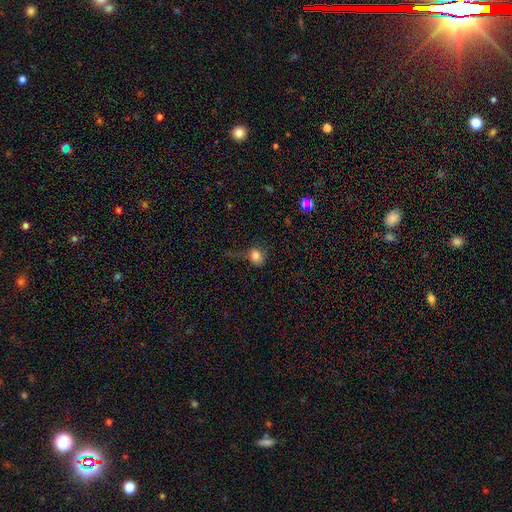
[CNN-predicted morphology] Smooth or featured? smooth (81%)
How rounded? round (69%)
Merging? none (48%)